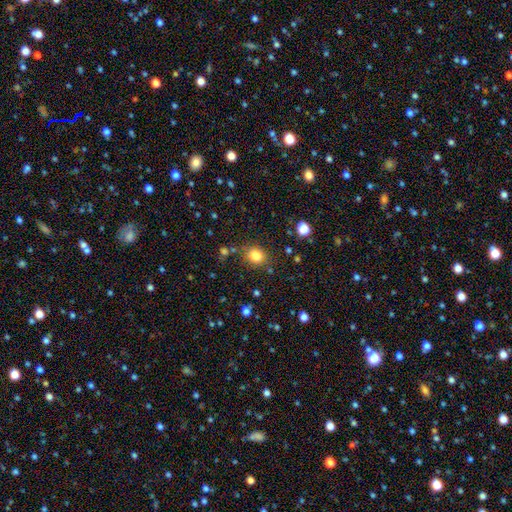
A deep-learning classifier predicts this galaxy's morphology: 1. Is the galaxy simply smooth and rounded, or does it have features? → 82% smooth, 12% star or artifact, 6% featured or disk.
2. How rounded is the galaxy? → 68% round, 31% in between, 1% cigar-shaped.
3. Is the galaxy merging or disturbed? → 80% none, 11% minor disturbance, 4% merger, 4% major disturbance.